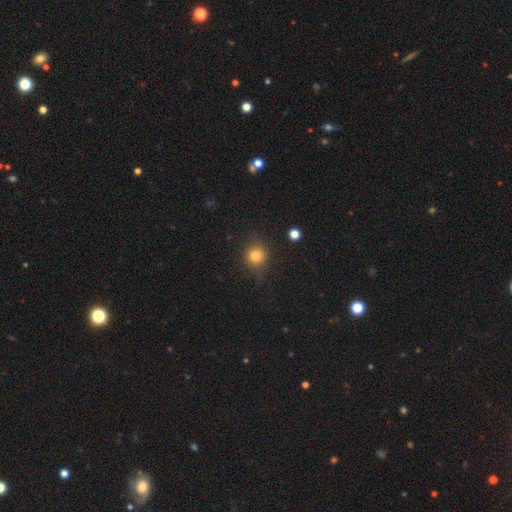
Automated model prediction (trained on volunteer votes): Smooth or featured? smooth (79%)
How rounded? round (85%)
Merging? none (80%)